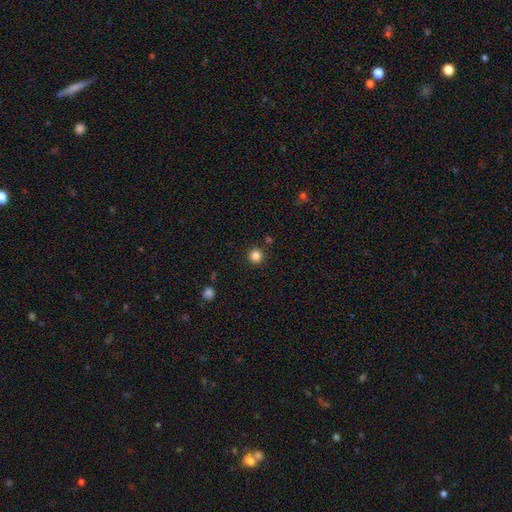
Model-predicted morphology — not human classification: Q: Smooth or featured?
A: smooth (84%); runner-up: star or artifact (12%)
Q: How rounded?
A: round (95%); runner-up: in between (4%)
Q: Merging?
A: none (90%); runner-up: minor disturbance (5%)